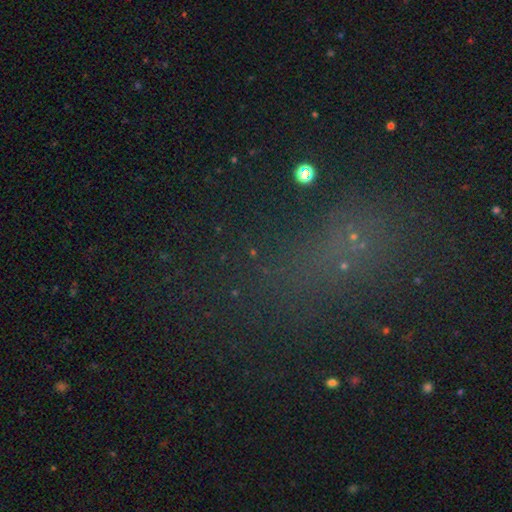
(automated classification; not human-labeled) The model was most divided on "smooth or featured": star or artifact: 59%, smooth: 27%, featured or disk: 14%.